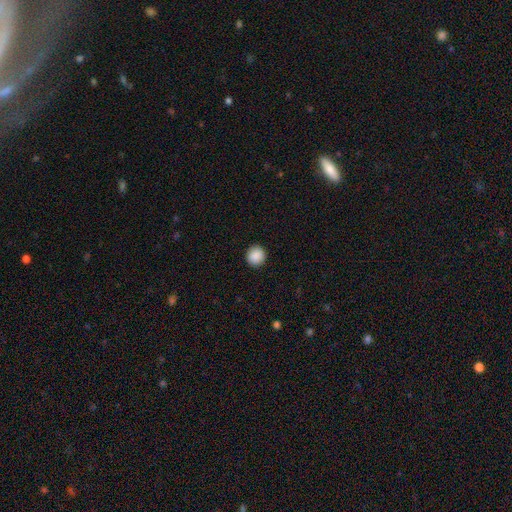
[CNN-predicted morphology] smooth_or_featured: smooth (p=0.90) [alt: star or artifact p=0.08]
how_rounded: round (p=0.93) [alt: in between p=0.06]
merging: none (p=0.93) [alt: minor disturbance p=0.05]